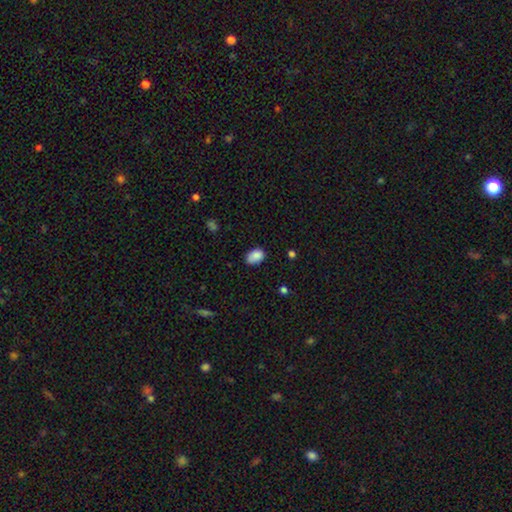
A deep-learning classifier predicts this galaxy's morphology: Smooth or featured? Predicted: smooth (p=0.86). How rounded? Predicted: in between (p=0.85). Merging? Predicted: none (p=0.70).